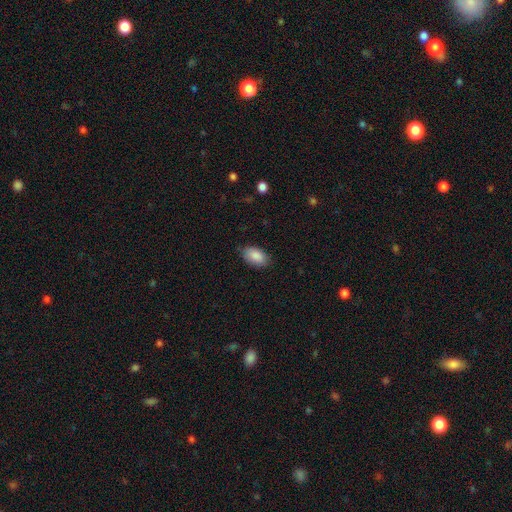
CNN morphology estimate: Smooth or featured? Predicted: smooth (p=0.88). How rounded? Predicted: in between (p=0.93). Merging? Predicted: none (p=0.81).